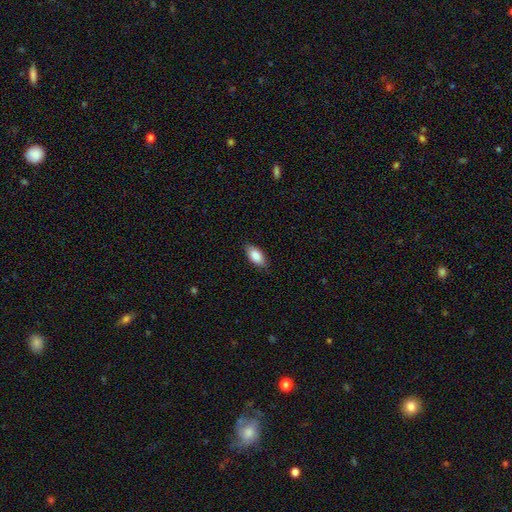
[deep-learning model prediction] Morphology: type=smooth (87%); roundness=in between (91%); merging=none (86%).